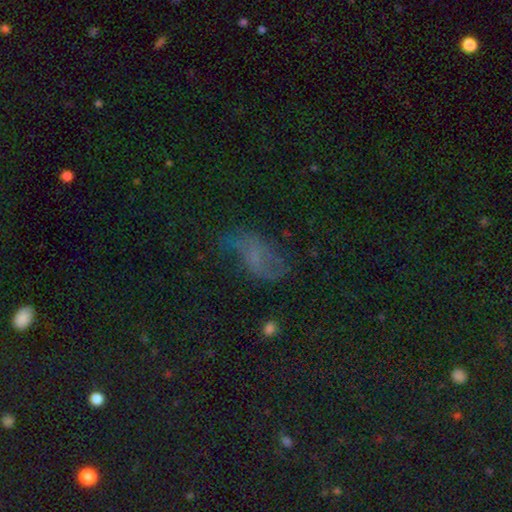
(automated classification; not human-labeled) The model was most divided on "smooth or featured": smooth: 39%, featured or disk: 38%, star or artifact: 23%. Remaining: merging — none (46%).